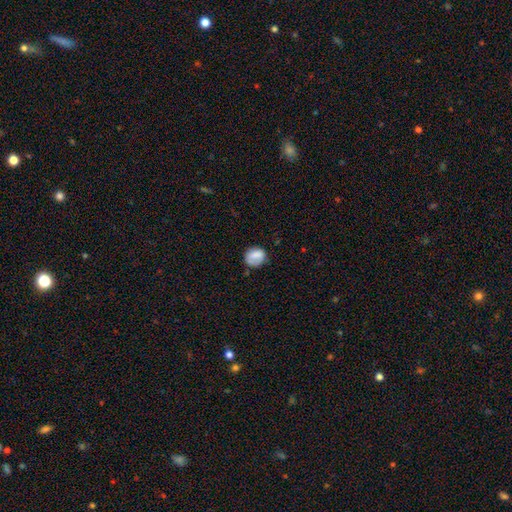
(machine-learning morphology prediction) The model was most divided on "how rounded": round: 71%, in between: 28%, cigar-shaped: 1%. More confident: smooth or featured — smooth (79%); merging — none (68%).